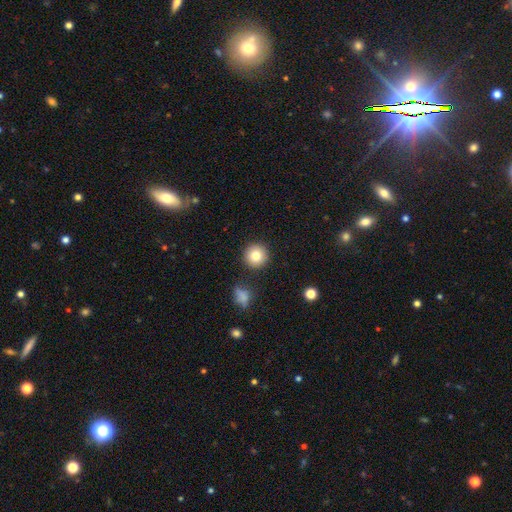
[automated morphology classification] Smooth or featured?
  - smooth: 82% *
  - star or artifact: 10%
  - featured or disk: 8%
How rounded?
  - round: 94% *
  - in between: 5%
  - cigar-shaped: 1%
Merging?
  - none: 87% *
  - minor disturbance: 7%
  - merger: 3%
  - major disturbance: 2%